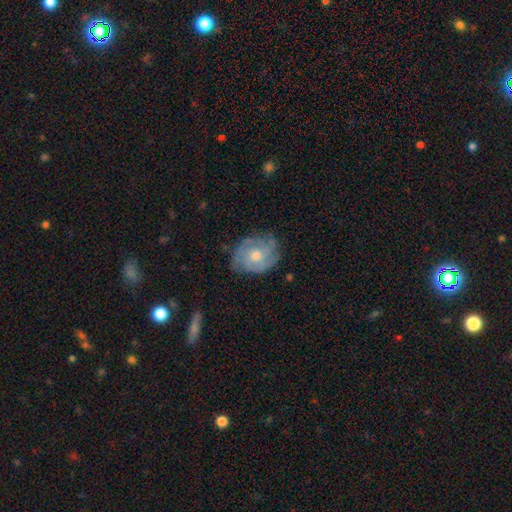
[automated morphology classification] smooth_or_featured: featured or disk (p=0.73) [alt: smooth p=0.20]
disk_edge_on: no (p=0.97) [alt: yes p=0.03]
bar: no (p=0.78) [alt: weak p=0.19]
has_spiral_arms: yes (p=0.89) [alt: no p=0.11]
spiral_winding: tight (p=0.62) [alt: medium p=0.29]
spiral_arm_count: can't tell (p=0.38) [alt: 3 p=0.22]
bulge_size: moderate (p=0.63) [alt: small p=0.32]
merging: none (p=0.75) [alt: minor disturbance p=0.18]